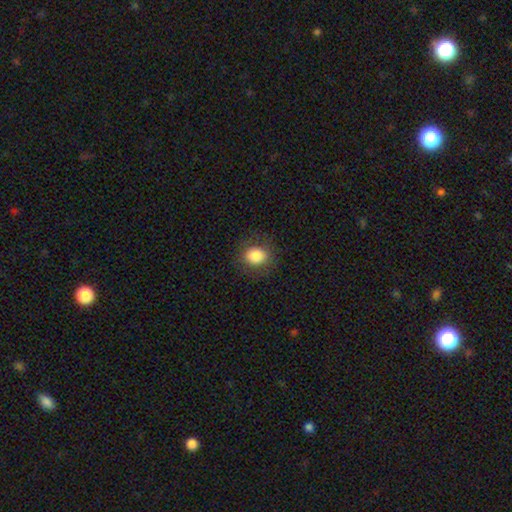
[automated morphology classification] A smooth galaxy with no disk features (83%) that is round (74%). Merging: none (84%).